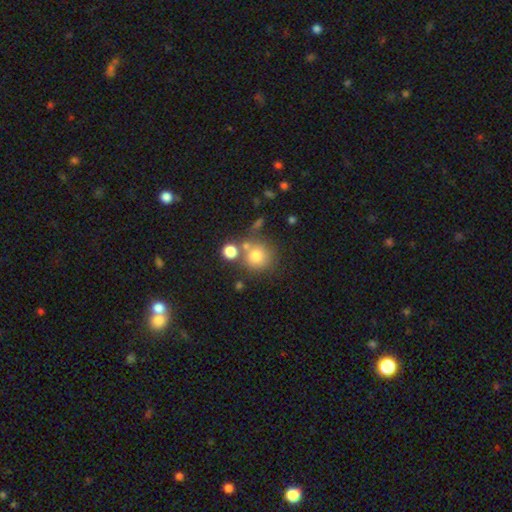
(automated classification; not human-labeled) smooth 76%, star or artifact 12%, featured or disk 11%. Down the decision tree: how rounded — round (90%); merging — none (60%).